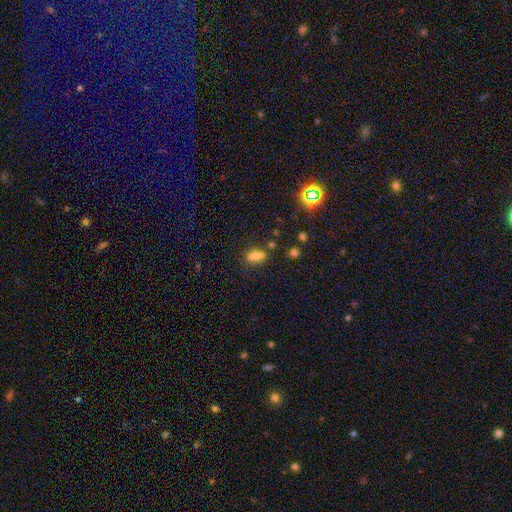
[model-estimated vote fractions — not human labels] Smooth or featured?
  - smooth: 59% *
  - star or artifact: 24%
  - featured or disk: 17%
How rounded?
  - in between: 62% *
  - round: 33%
  - cigar-shaped: 5%
Merging?
  - none: 46% *
  - merger: 36%
  - minor disturbance: 13%
  - major disturbance: 6%